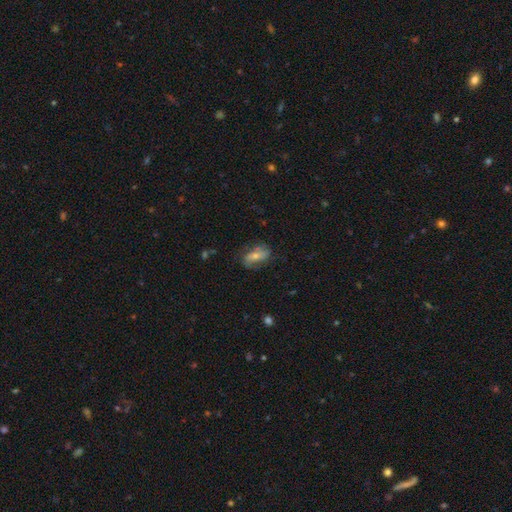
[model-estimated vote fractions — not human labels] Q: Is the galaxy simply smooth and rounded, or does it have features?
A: featured or disk — 48%.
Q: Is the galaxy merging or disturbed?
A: none — 67%.